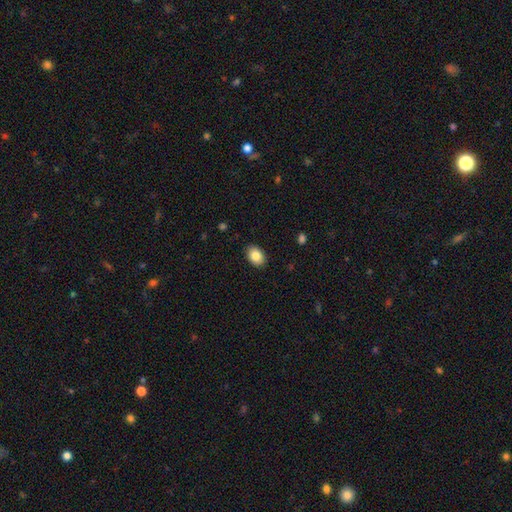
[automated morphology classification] smooth 84%, featured or disk 8%, star or artifact 8%. Down the decision tree: how rounded — in between (80%); merging — none (89%).